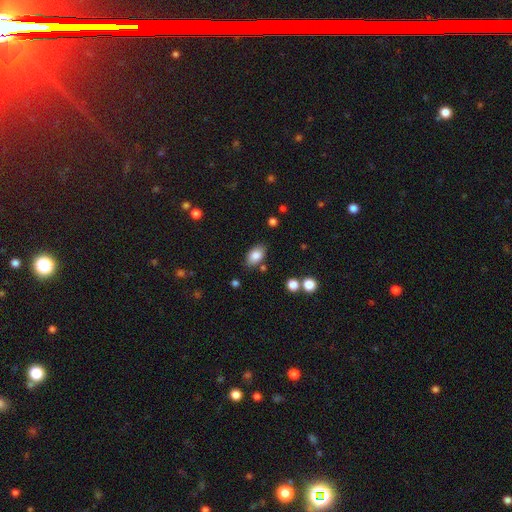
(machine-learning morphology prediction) Q: Smooth or featured?
A: smooth (82%); runner-up: featured or disk (10%)
Q: How rounded?
A: in between (92%); runner-up: round (6%)
Q: Merging?
A: none (83%); runner-up: minor disturbance (11%)